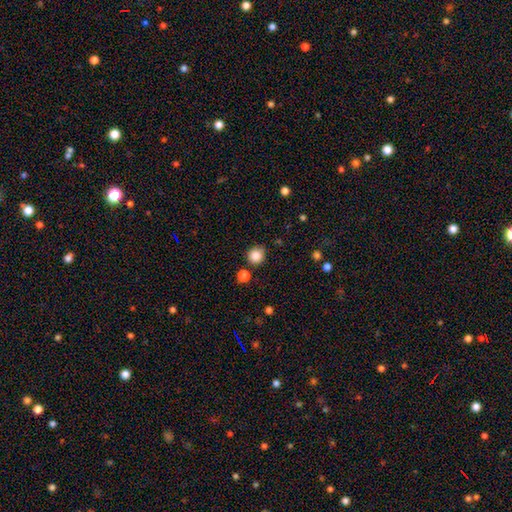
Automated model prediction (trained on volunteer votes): Smooth or featured: smooth — 86% (star or artifact — 11%)
How rounded: round — 91% (in between — 8%)
Merging: none — 80% (minor disturbance — 12%)